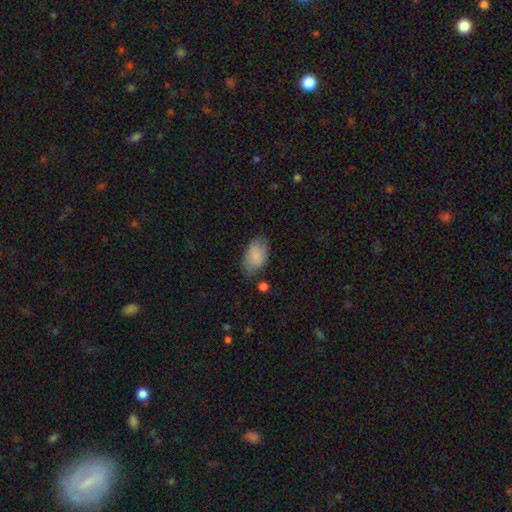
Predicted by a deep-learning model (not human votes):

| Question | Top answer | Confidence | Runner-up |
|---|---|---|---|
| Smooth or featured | smooth | 80% | featured or disk (13%) |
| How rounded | in between | 93% | round (6%) |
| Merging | none | 67% | minor disturbance (24%) |